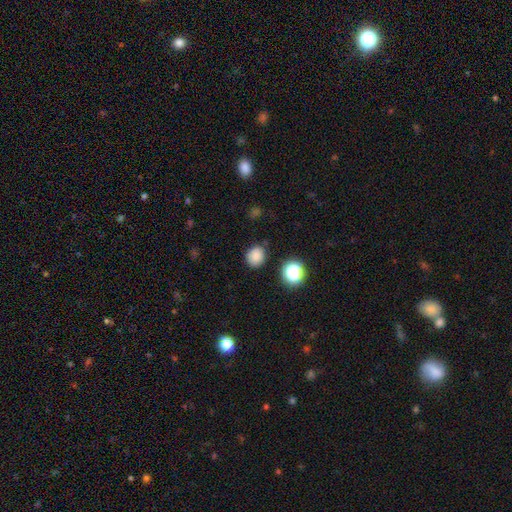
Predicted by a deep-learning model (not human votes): smooth 82%, star or artifact 13%, featured or disk 4%. Down the decision tree: how rounded — round (74%); merging — none (82%).